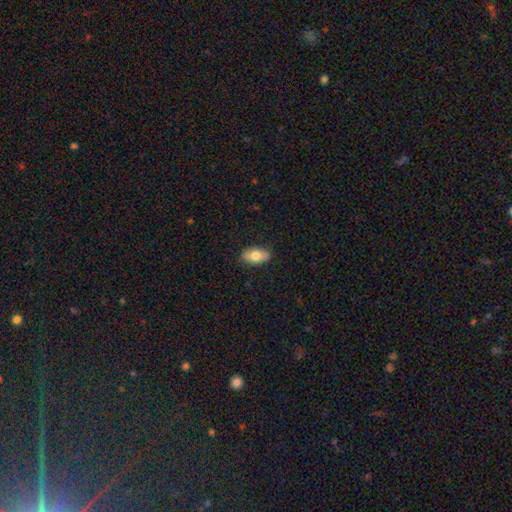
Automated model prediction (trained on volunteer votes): The model was most divided on "smooth or featured": smooth: 74%, featured or disk: 19%, star or artifact: 7%. More confident: how rounded — in between (91%); merging — none (86%).